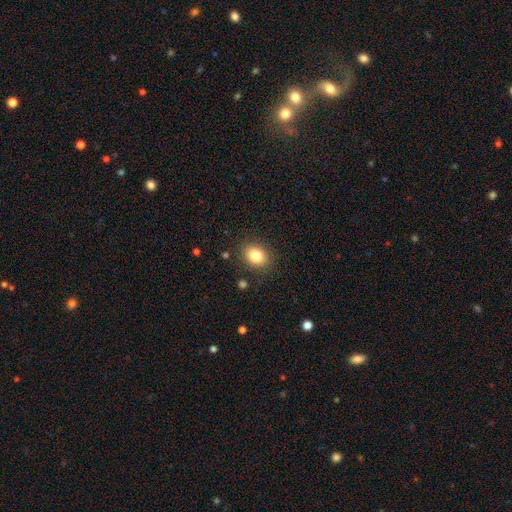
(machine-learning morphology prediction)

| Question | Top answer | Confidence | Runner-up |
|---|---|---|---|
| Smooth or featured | smooth | 83% | star or artifact (10%) |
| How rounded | in between | 56% | round (43%) |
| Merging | none | 87% | minor disturbance (9%) |